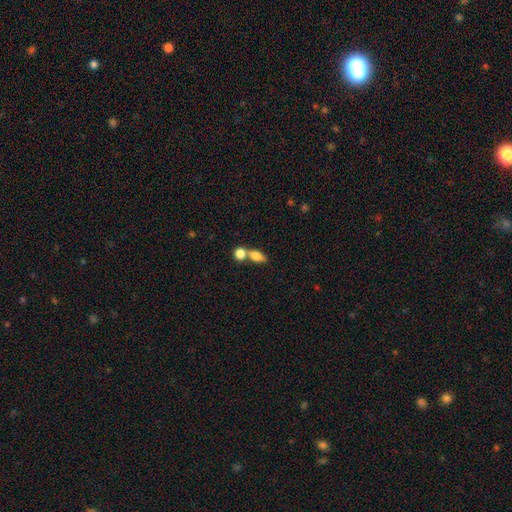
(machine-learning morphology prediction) Overall: smooth (77%). How rounded: in between (73%). Merging: merger (47%; none 40%).